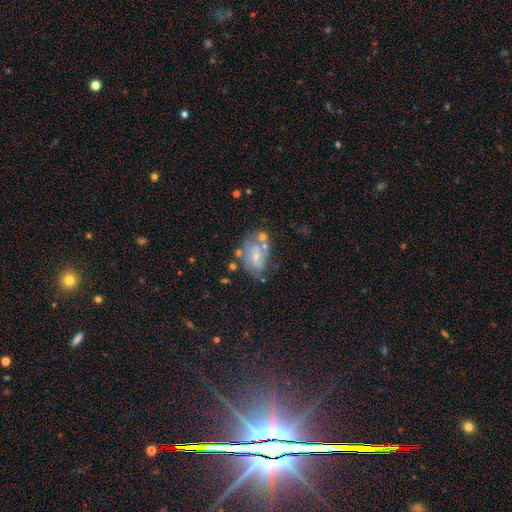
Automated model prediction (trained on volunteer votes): Overall: featured or disk (66%). Edge-on disk: no (97%). Bar: no (56%; weak 37%). Spiral arms: yes (78%). Bulge size: small (57%; moderate 36%). Merging: none (47%; minor disturbance 24%).